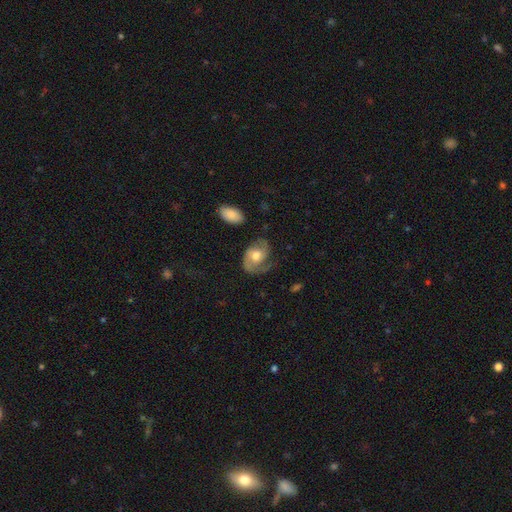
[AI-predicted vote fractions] Overall: featured or disk (72%). Edge-on disk: no (97%). Bar: no (65%; weak 29%). Spiral arms: yes (92%). Spiral arm count: 2 (70%). Spiral winding: medium (47%; tight 28%). Bulge size: moderate (68%). Merging: none (57%; minor disturbance 23%).